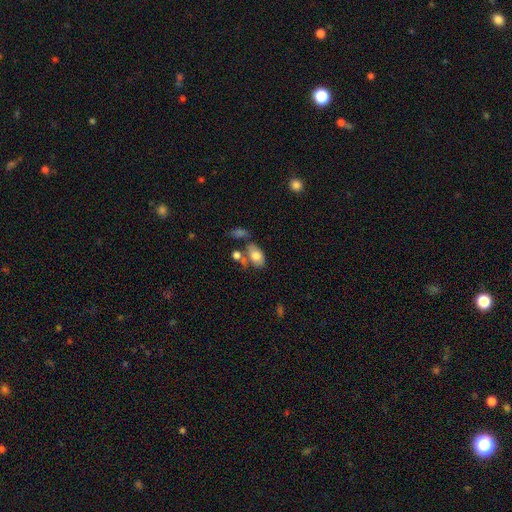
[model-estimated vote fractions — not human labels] This appears to be a smooth galaxy with no disk features (75%) that is in between round and cigar-shaped (90%). Merging: none (47%).